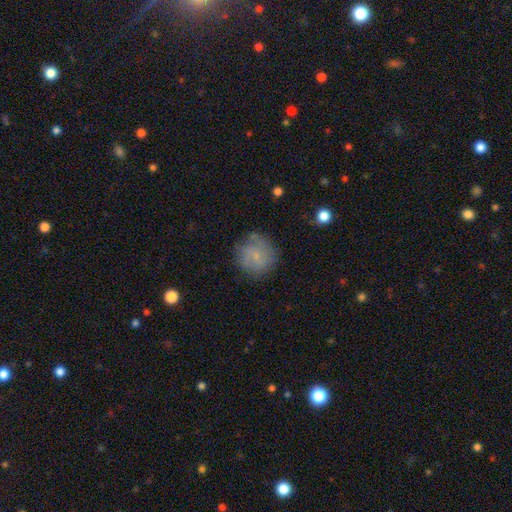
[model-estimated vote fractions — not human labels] Smooth or featured? Predicted: smooth (p=0.64). How rounded? Predicted: round (p=0.89). Merging? Predicted: none (p=0.70).